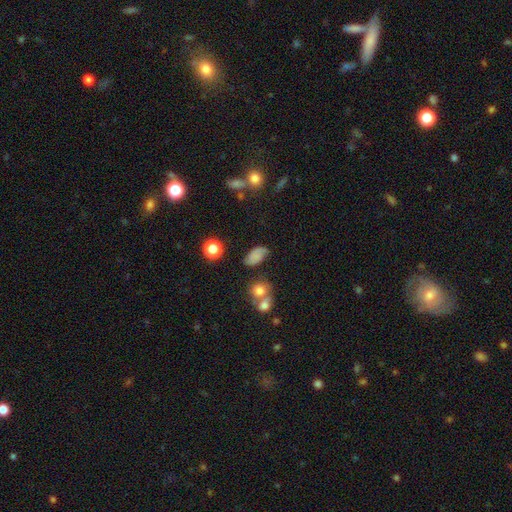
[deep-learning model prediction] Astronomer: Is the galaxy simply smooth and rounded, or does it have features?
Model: smooth — 69%.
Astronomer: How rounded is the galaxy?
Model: in between — 88%.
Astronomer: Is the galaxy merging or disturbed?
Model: none — 62%.